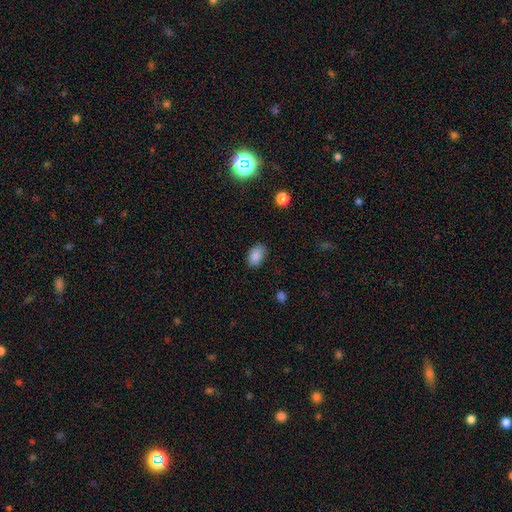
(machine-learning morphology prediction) Overall: smooth (88%). How rounded: in between (85%). Merging: none (83%).